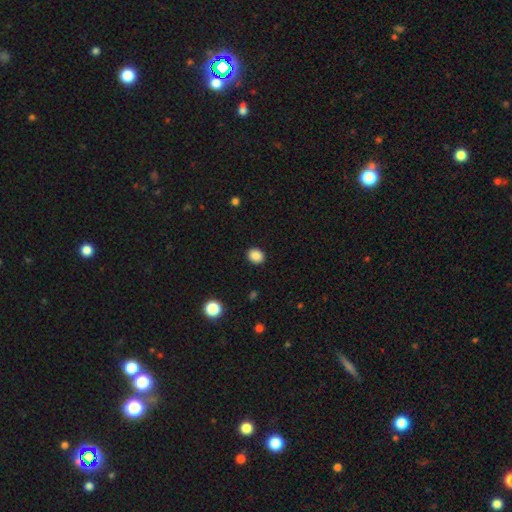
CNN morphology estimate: type=smooth (88%); roundness=round (53%); merging=none (91%).